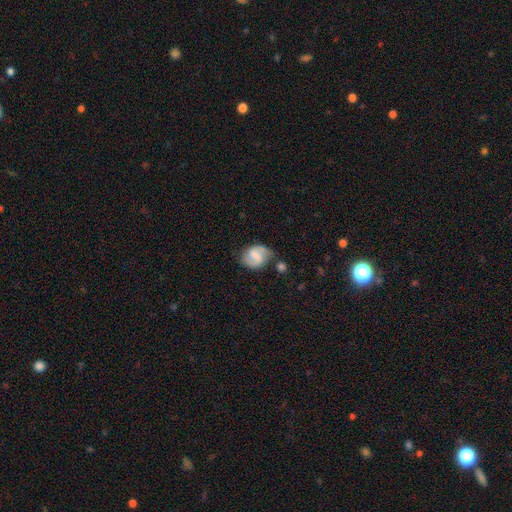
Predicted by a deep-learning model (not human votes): Smooth or featured: featured or disk — 70% (smooth — 23%)
Edge-on disk: no — 98% (yes — 2%)
Bar: weak — 47% (strong — 31%)
Spiral arms: yes — 93% (no — 7%)
Spiral winding: medium — 50% (loose — 26%)
Spiral arm count: 2 — 89% (can't tell — 5%)
Bulge size: none — 49% (small — 26%)
Merging: none — 64% (minor disturbance — 20%)